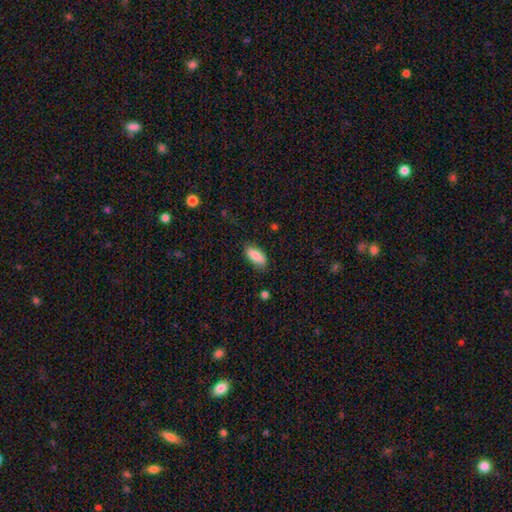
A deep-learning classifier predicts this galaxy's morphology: Q: Smooth or featured?
A: smooth (83%); runner-up: featured or disk (10%)
Q: How rounded?
A: in between (80%); runner-up: cigar-shaped (18%)
Q: Merging?
A: none (81%); runner-up: minor disturbance (14%)